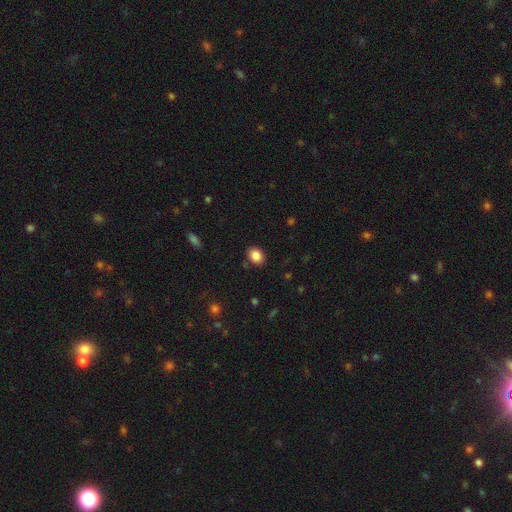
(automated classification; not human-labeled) A smooth galaxy with no disk features (86%) that is in between round and cigar-shaped (61%).

Vote fractions:
- Smooth or featured? smooth: 86% / star or artifact: 9% / featured or disk: 5%
- How rounded? in between: 61% / round: 38% / cigar-shaped: 1%
- Merging? none: 86% / minor disturbance: 9% / major disturbance: 2% / merger: 2%